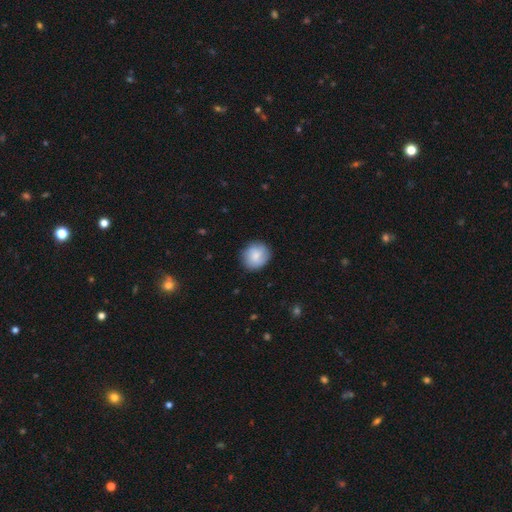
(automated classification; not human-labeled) Overall: smooth (76%). How rounded: round (84%). Merging: none (84%).